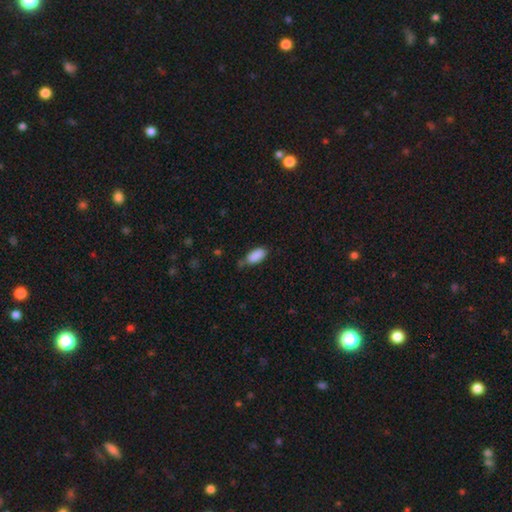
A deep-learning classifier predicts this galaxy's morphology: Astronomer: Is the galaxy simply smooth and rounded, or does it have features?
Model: smooth — 88%.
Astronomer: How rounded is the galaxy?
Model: in between — 90%.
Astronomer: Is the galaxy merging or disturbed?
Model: none — 56% (runner-up: minor disturbance, 32%).